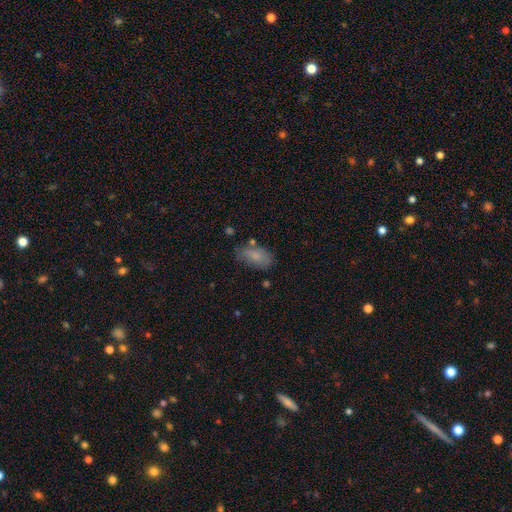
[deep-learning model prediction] Smooth or featured? smooth (78%)
How rounded? in between (90%)
Merging? none (62%)